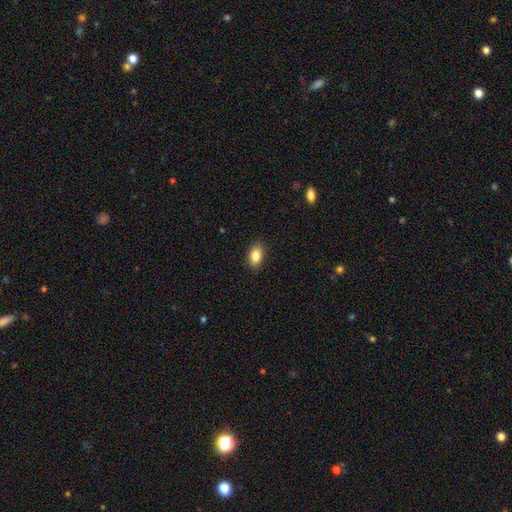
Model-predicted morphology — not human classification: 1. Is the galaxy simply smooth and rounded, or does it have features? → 84% smooth, 8% star or artifact, 7% featured or disk.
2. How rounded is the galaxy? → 86% in between, 12% round, 2% cigar-shaped.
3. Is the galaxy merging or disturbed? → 88% none, 9% minor disturbance, 2% major disturbance, 1% merger.